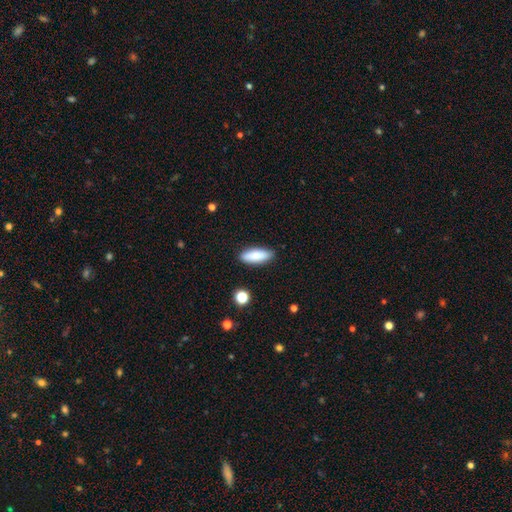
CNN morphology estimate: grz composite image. It shows a smooth galaxy with no disk features (87%) that is in between round and cigar-shaped (64%). Merging: none (88%).